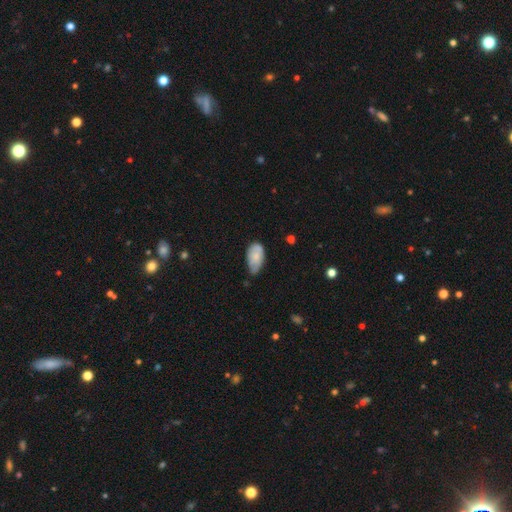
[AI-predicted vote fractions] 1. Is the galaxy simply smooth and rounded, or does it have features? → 69% smooth, 24% featured or disk, 7% star or artifact.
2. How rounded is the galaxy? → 94% in between, 3% round, 3% cigar-shaped.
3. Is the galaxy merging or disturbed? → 45% none, 43% minor disturbance, 9% major disturbance, 3% merger.